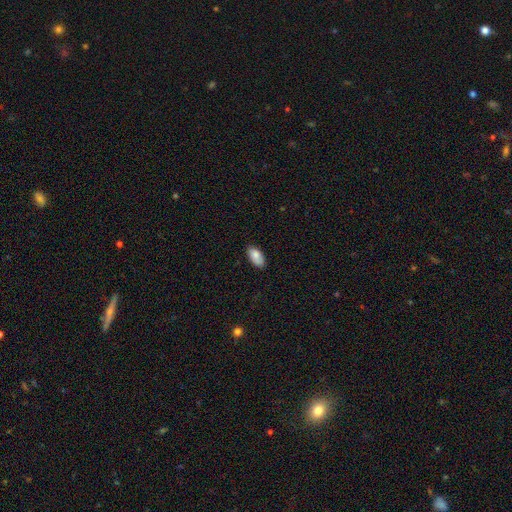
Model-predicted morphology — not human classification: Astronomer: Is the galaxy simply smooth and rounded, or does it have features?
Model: smooth — 82%.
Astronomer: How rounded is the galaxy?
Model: in between — 95%.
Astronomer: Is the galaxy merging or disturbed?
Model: none — 81%.